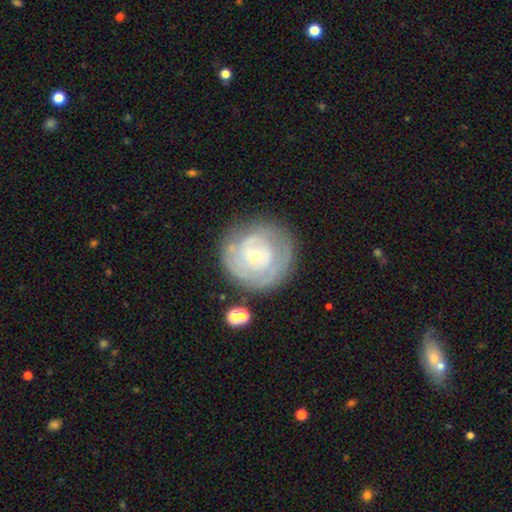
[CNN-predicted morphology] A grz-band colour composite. It shows a featured or disk galaxy (72%) with no bar (72%), tight (72%) spiral arms (76%) and a small central bulge (70%). Merging: none (72%).